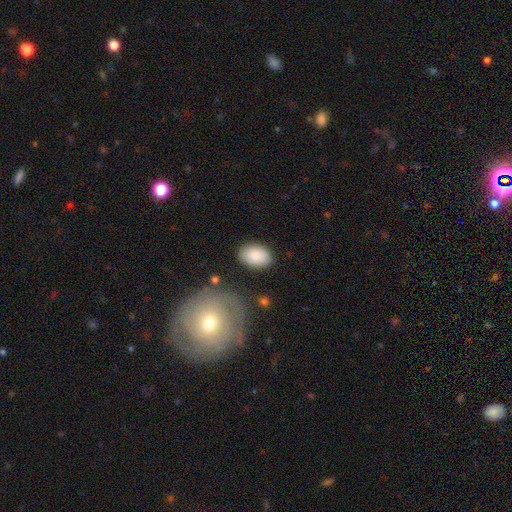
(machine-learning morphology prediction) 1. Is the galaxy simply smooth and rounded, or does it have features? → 87% smooth, 7% featured or disk, 6% star or artifact.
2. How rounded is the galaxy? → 89% in between, 10% round, 1% cigar-shaped.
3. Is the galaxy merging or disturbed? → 85% none, 10% minor disturbance, 3% major disturbance, 2% merger.